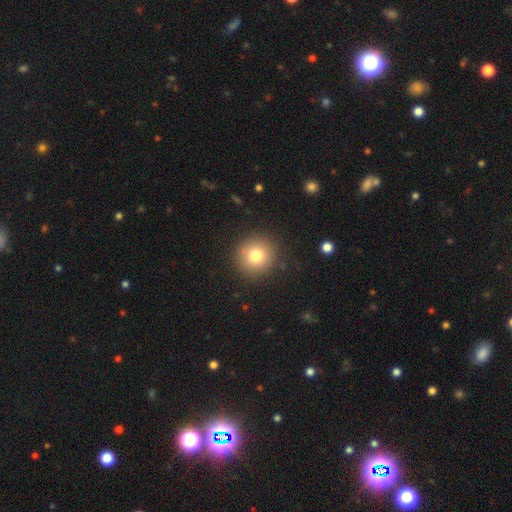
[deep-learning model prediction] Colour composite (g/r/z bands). It shows a smooth galaxy with no disk features (79%) that is round (93%). Merging: none (89%).